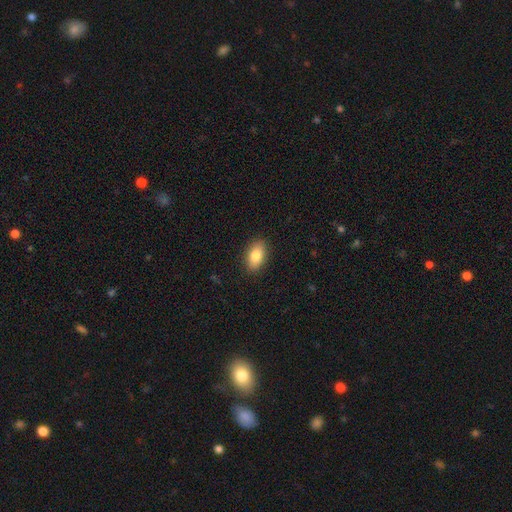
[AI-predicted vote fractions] A smooth galaxy with no disk features (84%) that is in between round and cigar-shaped (90%). Merging: none (89%).